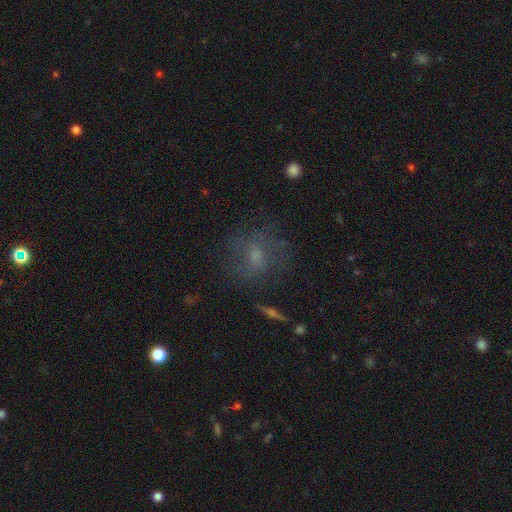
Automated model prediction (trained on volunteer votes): A smooth galaxy with no disk features (45%).

Vote fractions:
- Smooth or featured? smooth: 45% / featured or disk: 36% / star or artifact: 19%
- Merging? none: 65% / minor disturbance: 17% / major disturbance: 15% / merger: 2%